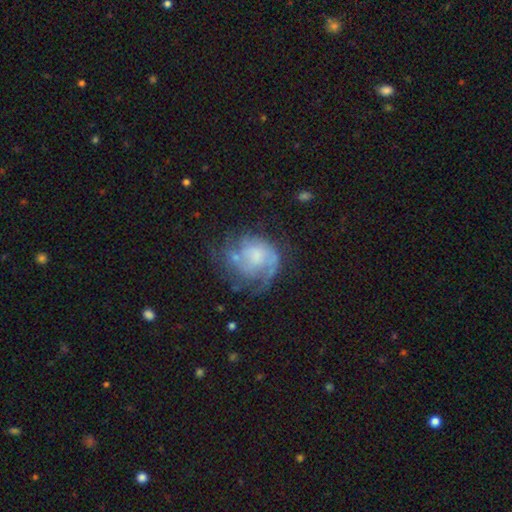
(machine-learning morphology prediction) Overall: featured or disk (67%). Edge-on disk: no (98%). Bar: no (73%). Spiral arms: yes (77%). Spiral arm count: can't tell (32%; 1 27%). Spiral winding: tight (41%; medium 37%). Bulge size: small (33%; moderate 32%). Merging: none (47%; major disturbance 26%).